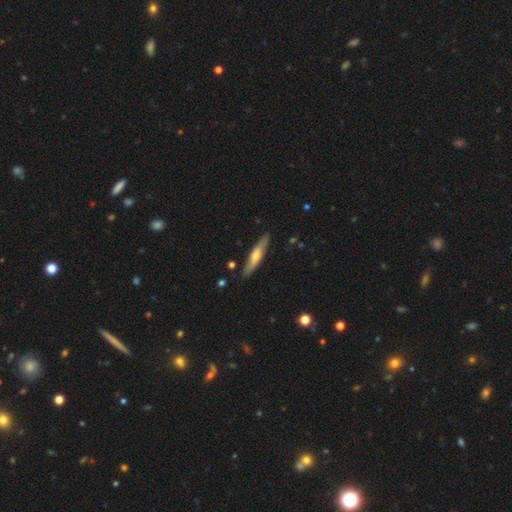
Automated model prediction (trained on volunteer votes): Smooth or featured? smooth (51%)
How rounded? cigar-shaped (85%)
Merging? none (86%)